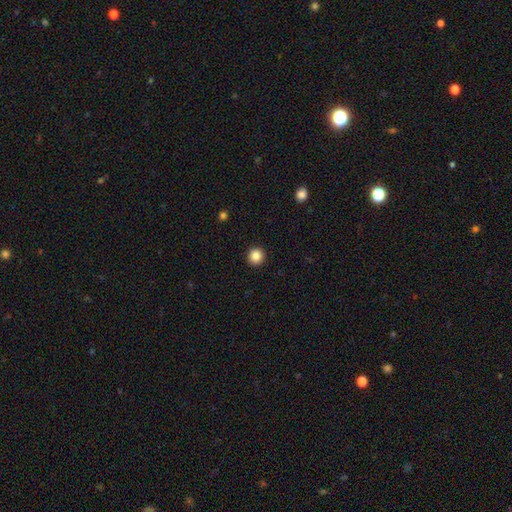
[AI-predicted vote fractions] A smooth galaxy with no disk features (85%) that is round (93%). Merging: none (93%).